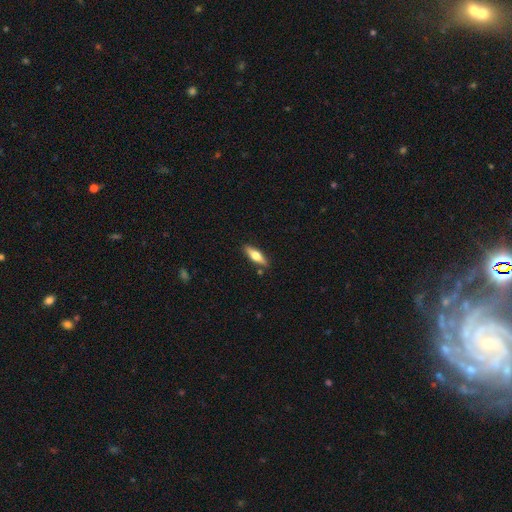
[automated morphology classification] Smooth or featured: smooth — 52% (featured or disk — 42%)
How rounded: cigar-shaped — 52% (in between — 45%)
Merging: none — 86% (minor disturbance — 9%)